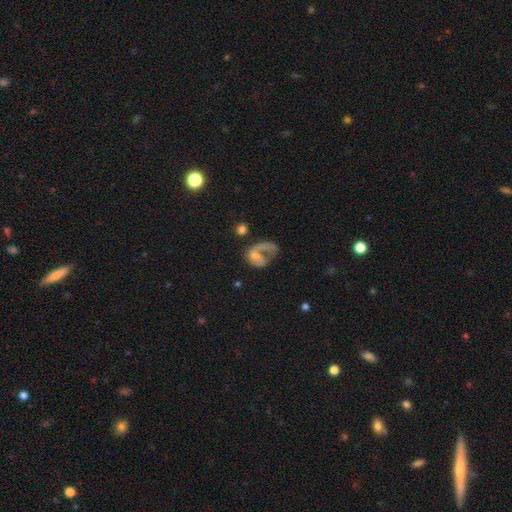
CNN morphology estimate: Overall: featured or disk (60%; smooth 27%). Edge-on disk: no (97%). Bar: no (68%). Spiral arms: yes (64%; no 36%). Bulge size: none (37%; small 35%). Merging: major disturbance (46%; none 29%).